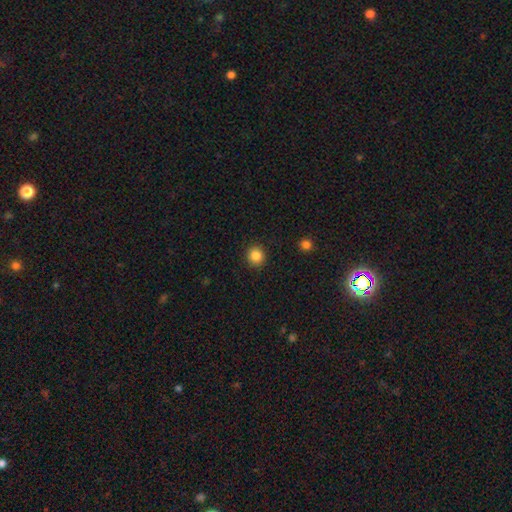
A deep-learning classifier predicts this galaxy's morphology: Q: Smooth or featured?
A: smooth (86%); runner-up: star or artifact (10%)
Q: How rounded?
A: round (91%); runner-up: in between (8%)
Q: Merging?
A: none (91%); runner-up: minor disturbance (6%)